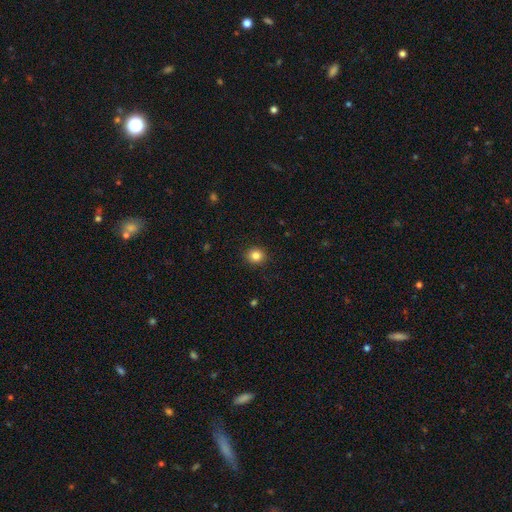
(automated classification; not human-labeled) A smooth galaxy with no disk features (84%) that is round (86%). Merging: none (91%).